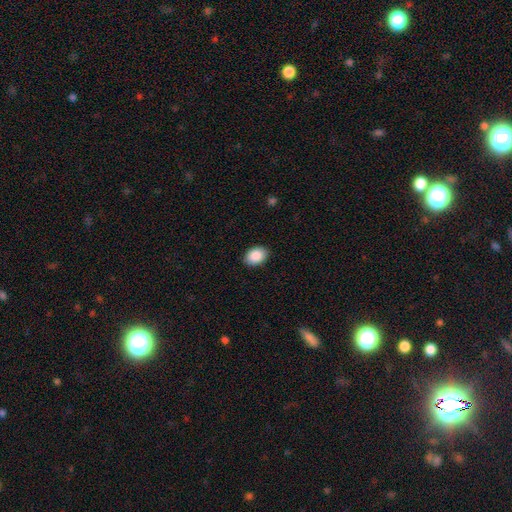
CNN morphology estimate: Smooth or featured? Predicted: smooth (p=0.89). How rounded? Predicted: in between (p=0.80). Merging? Predicted: none (p=0.88).